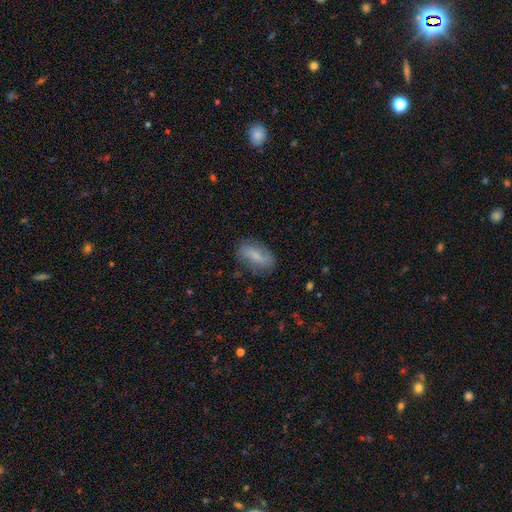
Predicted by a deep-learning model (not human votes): Smooth or featured?
  - smooth: 70% *
  - featured or disk: 22%
  - star or artifact: 8%
How rounded?
  - in between: 82% *
  - cigar-shaped: 13%
  - round: 5%
Merging?
  - none: 74% *
  - minor disturbance: 19%
  - major disturbance: 5%
  - merger: 2%